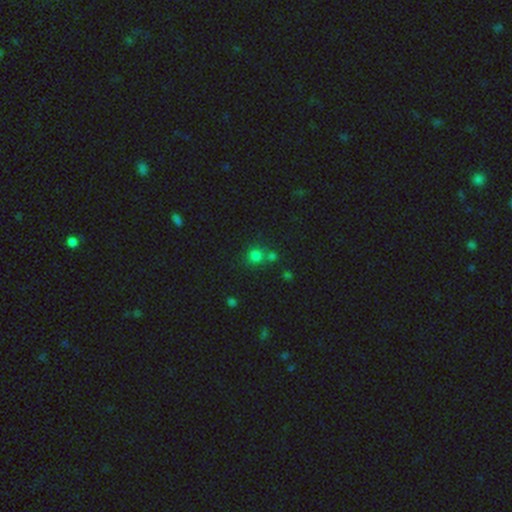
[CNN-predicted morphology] Smooth or featured: smooth — 74% (star or artifact — 20%)
How rounded: round — 90% (in between — 9%)
Merging: none — 63% (merger — 24%)